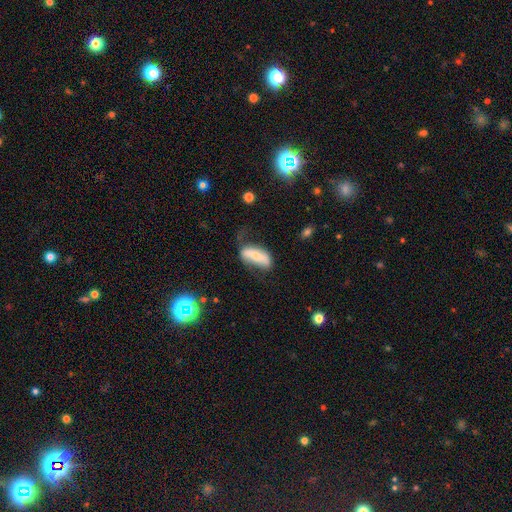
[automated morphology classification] Q: Smooth or featured?
A: smooth (51%); runner-up: featured or disk (42%)
Q: How rounded?
A: in between (78%); runner-up: cigar-shaped (19%)
Q: Merging?
A: none (41%); runner-up: minor disturbance (31%)